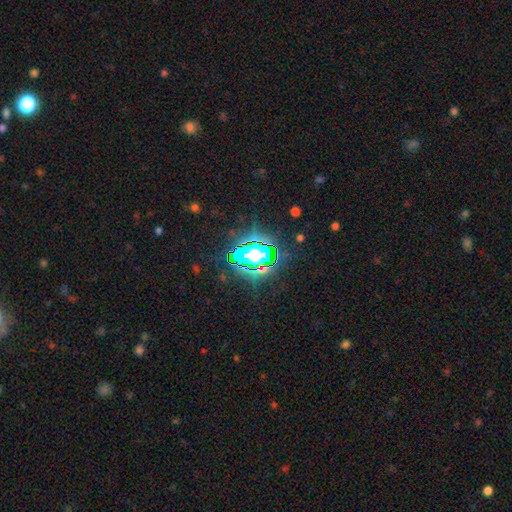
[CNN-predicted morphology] This is likely a star or artifact rather than a galaxy (78%).